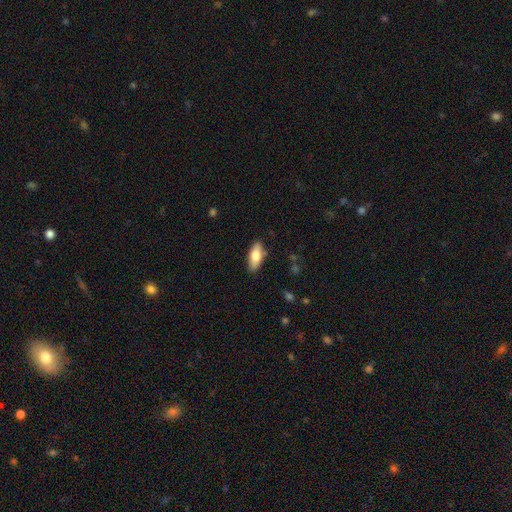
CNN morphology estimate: Smooth or featured?
  - smooth: 74% *
  - featured or disk: 20%
  - star or artifact: 6%
How rounded?
  - in between: 76% *
  - cigar-shaped: 21%
  - round: 3%
Merging?
  - none: 83% *
  - minor disturbance: 13%
  - major disturbance: 2%
  - merger: 2%